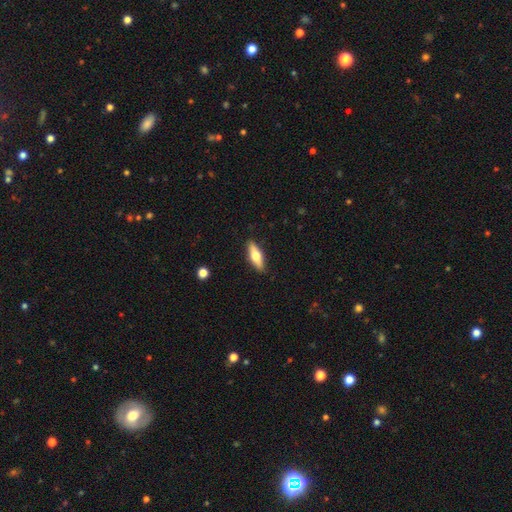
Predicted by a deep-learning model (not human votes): Smooth or featured?
  - smooth: 52% *
  - featured or disk: 42%
  - star or artifact: 6%
How rounded?
  - cigar-shaped: 49% * (tied)
  - in between: 49% * (tied)
  - round: 3%
Merging?
  - none: 89% *
  - minor disturbance: 8%
  - major disturbance: 2%
  - merger: 1%